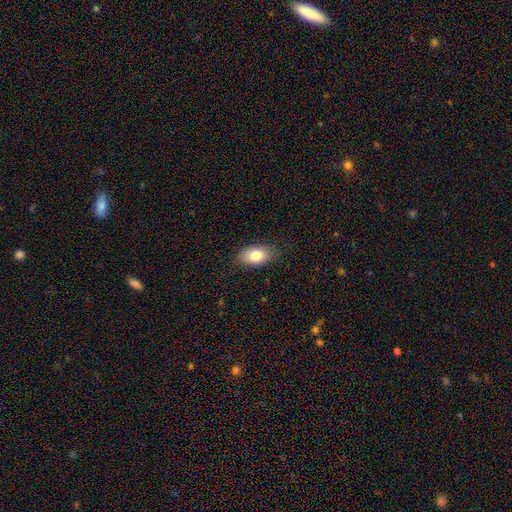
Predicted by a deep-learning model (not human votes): Smooth or featured: smooth — 81% (featured or disk — 12%)
How rounded: in between — 91% (round — 6%)
Merging: none — 82% (minor disturbance — 14%)